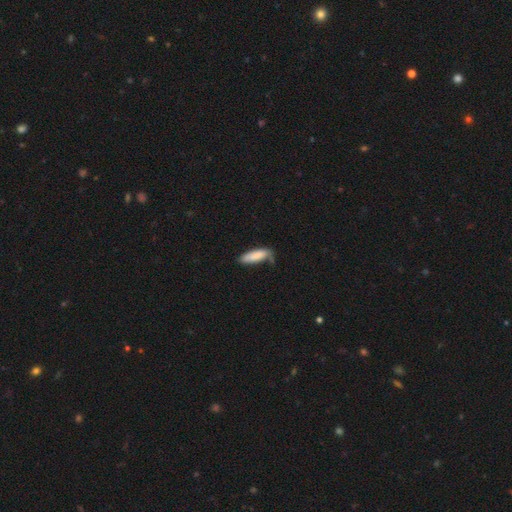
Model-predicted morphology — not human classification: Q: Smooth or featured?
A: smooth (84%); runner-up: featured or disk (10%)
Q: How rounded?
A: cigar-shaped (52%); runner-up: in between (47%)
Q: Merging?
A: none (52%); runner-up: minor disturbance (32%)